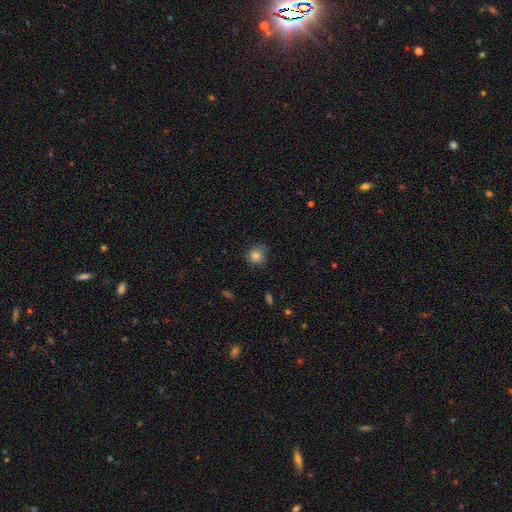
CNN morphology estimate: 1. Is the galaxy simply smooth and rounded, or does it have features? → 82% smooth, 11% star or artifact, 7% featured or disk.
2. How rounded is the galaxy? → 88% round, 11% in between, 1% cigar-shaped.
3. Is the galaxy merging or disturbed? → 75% none, 20% minor disturbance, 4% major disturbance, 1% merger.